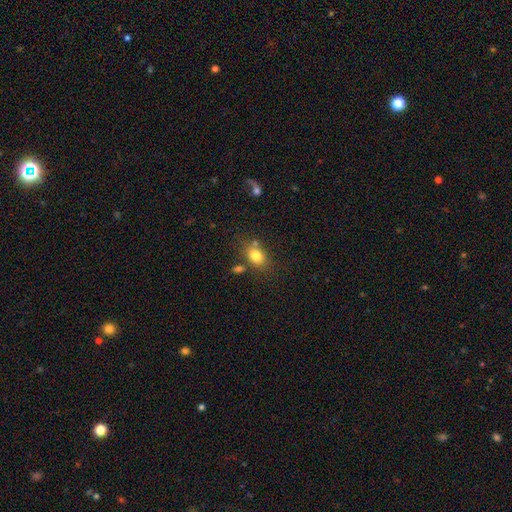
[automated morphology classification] The model was most divided on "how rounded": in between: 70%, round: 28%, cigar-shaped: 1%. More confident: smooth or featured — smooth (80%); merging — none (66%).